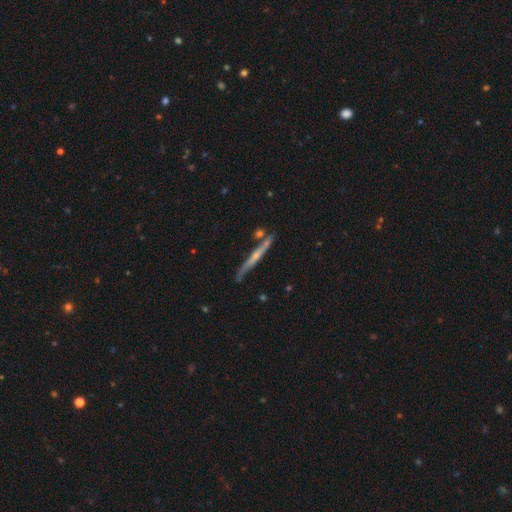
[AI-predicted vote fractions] Smooth or featured? featured or disk (67%)
Edge-on disk? yes (96%)
Edge-on bulge? rounded (58%)
Merging? none (76%)